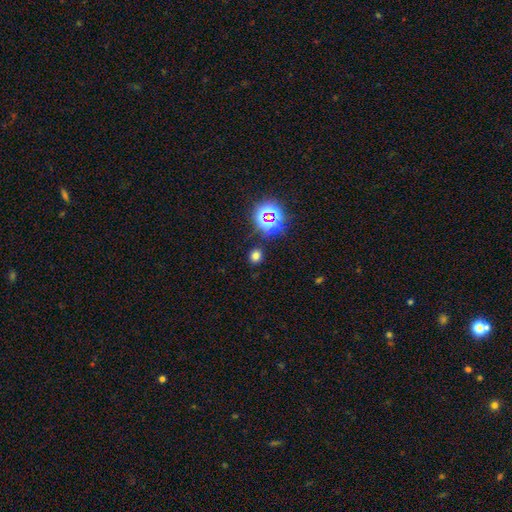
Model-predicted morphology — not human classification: A smooth galaxy with no disk features (67%) that is round (72%).

Vote fractions:
- Smooth or featured? smooth: 67% / star or artifact: 27% / featured or disk: 6%
- How rounded? round: 72% / in between: 27% / cigar-shaped: 1%
- Merging? none: 85% / minor disturbance: 9% / major disturbance: 3% / merger: 3%